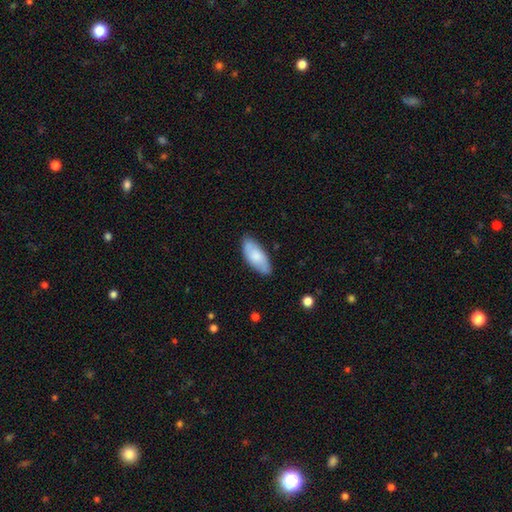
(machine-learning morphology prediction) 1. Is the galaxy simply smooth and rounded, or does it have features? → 75% smooth, 19% featured or disk, 6% star or artifact.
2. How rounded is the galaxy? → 86% in between, 12% cigar-shaped, 2% round.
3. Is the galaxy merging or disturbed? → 77% none, 18% minor disturbance, 3% major disturbance, 2% merger.